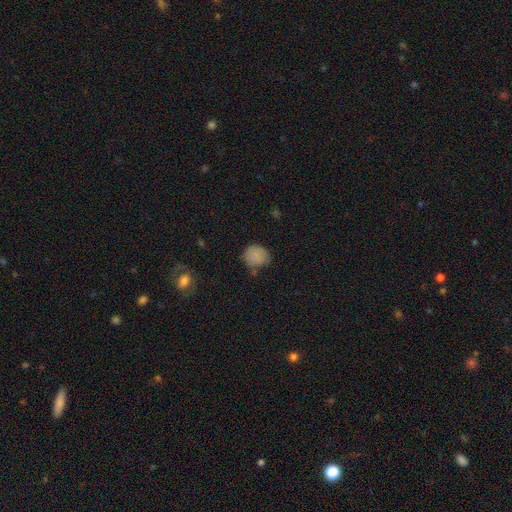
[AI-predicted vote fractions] Q: Smooth or featured?
A: smooth (78%); runner-up: featured or disk (12%)
Q: How rounded?
A: round (80%); runner-up: in between (19%)
Q: Merging?
A: none (62%); runner-up: minor disturbance (27%)